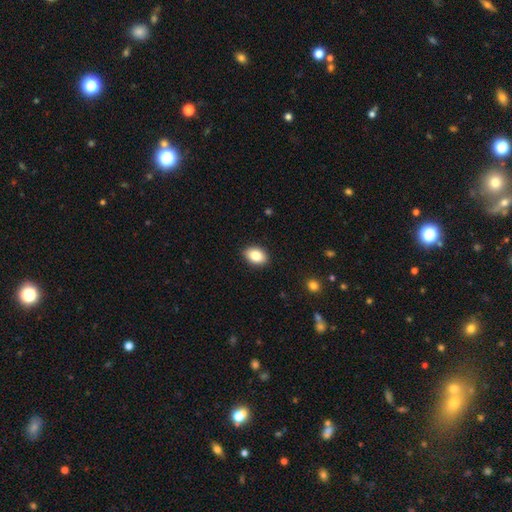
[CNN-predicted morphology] A smooth galaxy with no disk features (84%) that is in between round and cigar-shaped (83%). Merging: none (90%).